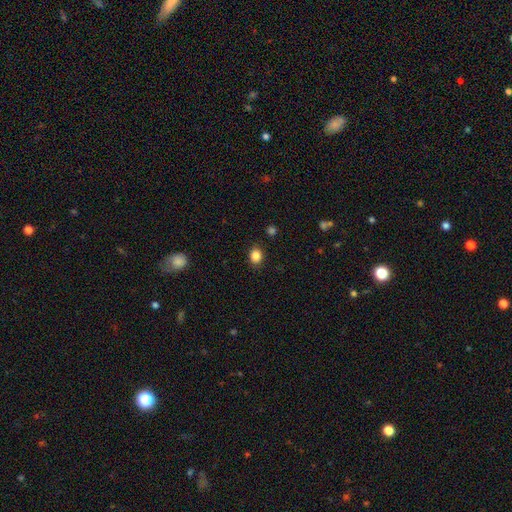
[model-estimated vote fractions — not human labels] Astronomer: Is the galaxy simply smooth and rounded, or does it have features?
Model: smooth — 86%.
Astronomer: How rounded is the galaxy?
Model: in between — 50% (runner-up: round, 49%).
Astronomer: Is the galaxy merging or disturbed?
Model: none — 86%.